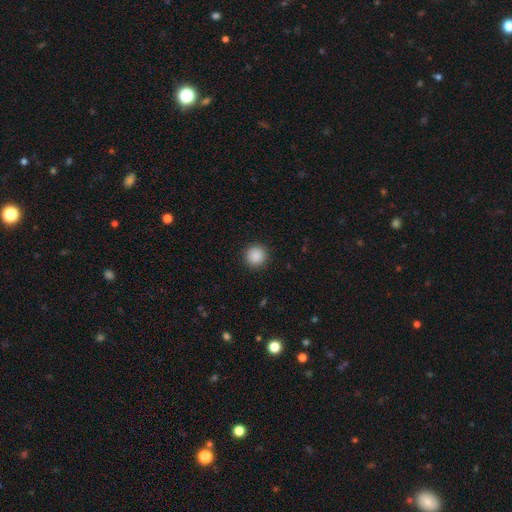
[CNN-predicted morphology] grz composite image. It shows a smooth galaxy with no disk features (88%) that is round (95%). Merging: none (92%).